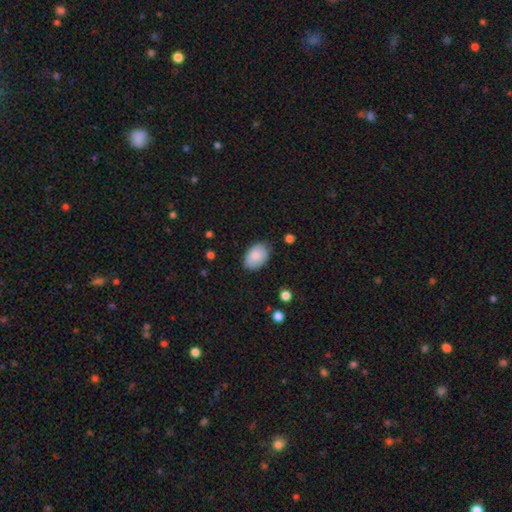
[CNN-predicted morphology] Smooth or featured: smooth — 87% (featured or disk — 7%)
How rounded: in between — 89% (round — 10%)
Merging: none — 79% (minor disturbance — 17%)